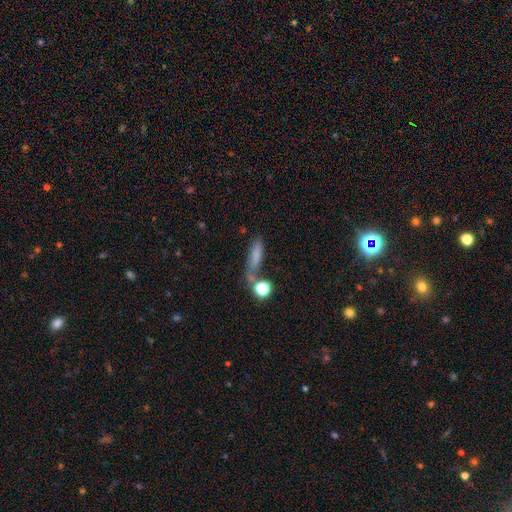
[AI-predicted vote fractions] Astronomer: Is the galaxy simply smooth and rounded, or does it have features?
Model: smooth — 71%.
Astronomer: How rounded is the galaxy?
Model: cigar-shaped — 63%.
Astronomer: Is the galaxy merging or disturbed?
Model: none — 51%.